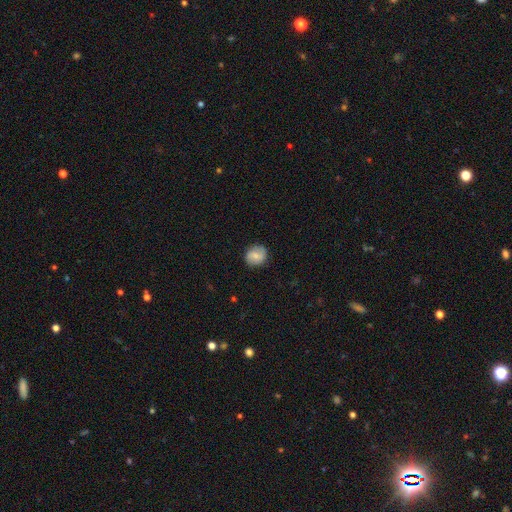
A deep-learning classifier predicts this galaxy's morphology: smooth-or-featured: smooth: 65% | featured or disk: 27% | star or artifact: 8%
  how-rounded: round: 78% | in between: 21% | cigar-shaped: 1%
  merging: none: 83% | minor disturbance: 13% | major disturbance: 3% | merger: 1%